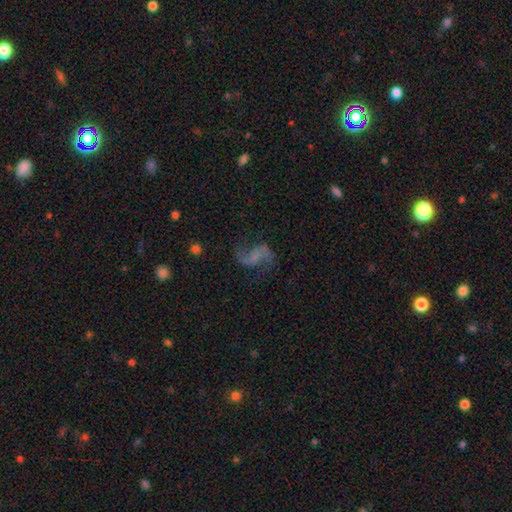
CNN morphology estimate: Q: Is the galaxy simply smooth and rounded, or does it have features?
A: featured or disk — 78%.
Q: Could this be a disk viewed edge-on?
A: no — 98%.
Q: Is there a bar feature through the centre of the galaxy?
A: weak — 41%.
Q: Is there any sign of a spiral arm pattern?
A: yes — 93%.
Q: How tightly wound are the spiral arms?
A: loose — 79%.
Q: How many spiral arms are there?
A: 2 — 92%.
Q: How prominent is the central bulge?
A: none — 63%.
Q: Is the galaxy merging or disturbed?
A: none — 68%.